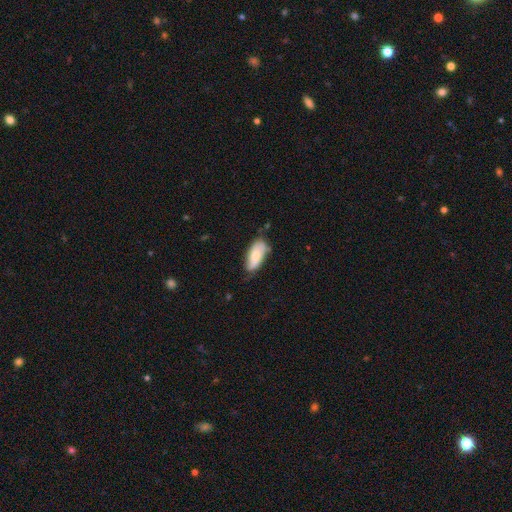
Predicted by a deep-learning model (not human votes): Smooth or featured: smooth — 67% (featured or disk — 27%)
How rounded: in between — 86% (cigar-shaped — 12%)
Merging: none — 65% (minor disturbance — 26%)